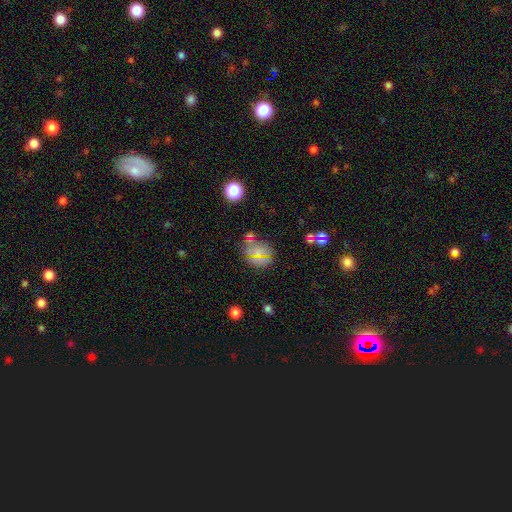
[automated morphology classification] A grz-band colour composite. It shows a smooth galaxy with no disk features (41%). Merging: none (68%).